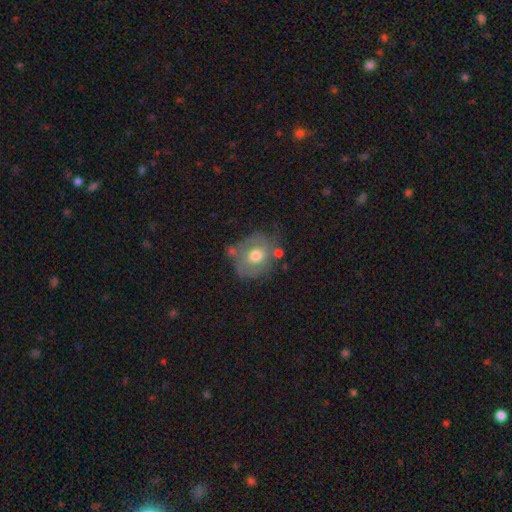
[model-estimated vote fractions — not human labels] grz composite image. It shows a smooth galaxy with no disk features (52%) that is round (66%). Merging: none (50%).